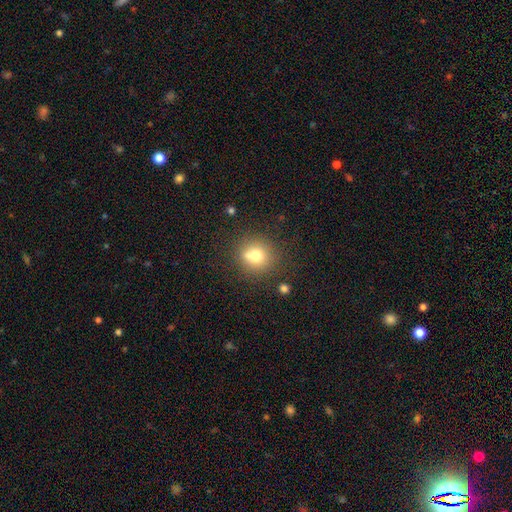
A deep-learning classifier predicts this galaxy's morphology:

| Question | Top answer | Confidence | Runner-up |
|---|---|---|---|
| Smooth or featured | smooth | 70% | featured or disk (17%) |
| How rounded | round | 88% | in between (11%) |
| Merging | none | 61% | merger (24%) |